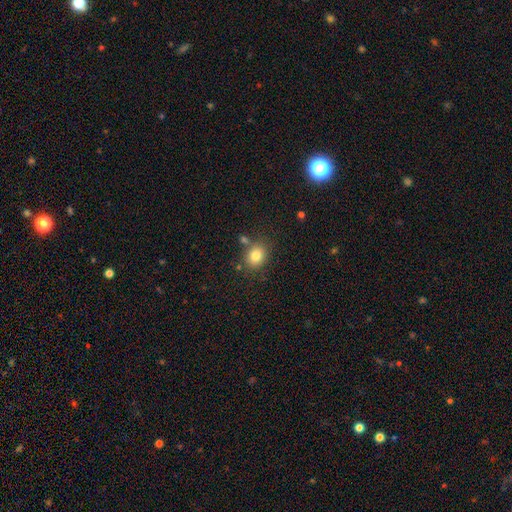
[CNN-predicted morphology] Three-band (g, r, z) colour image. It shows a smooth galaxy with no disk features (82%) that is round (61%). Merging: none (75%).